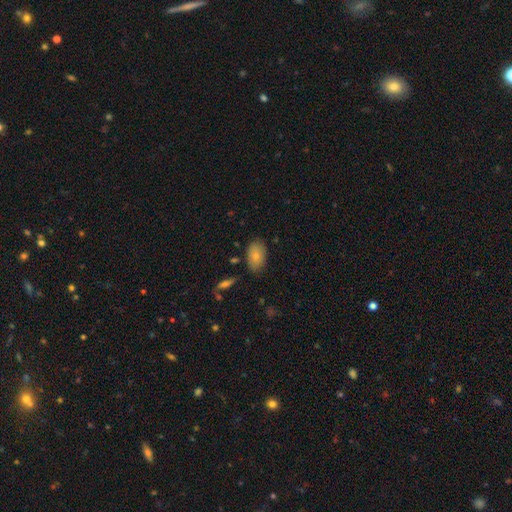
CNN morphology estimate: smooth_or_featured: smooth (p=0.81) [alt: featured or disk p=0.12]
how_rounded: in between (p=0.91) [alt: round p=0.07]
merging: none (p=0.79) [alt: minor disturbance p=0.15]